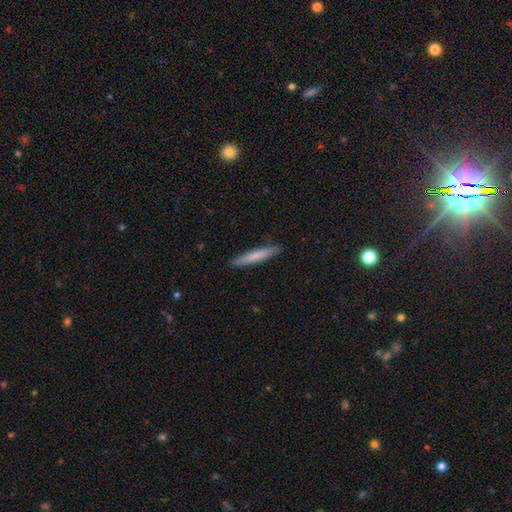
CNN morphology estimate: type=smooth (73%); roundness=cigar-shaped (94%); merging=none (89%).